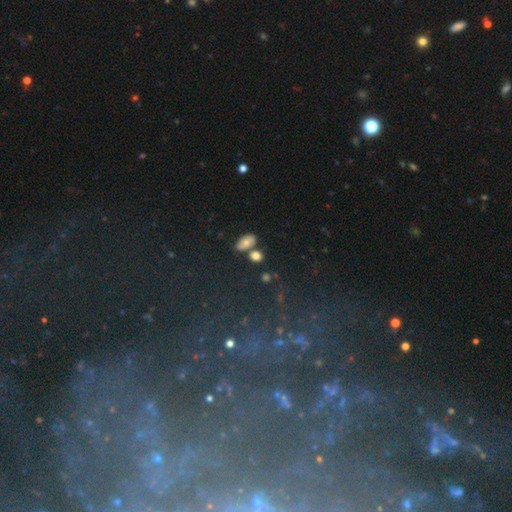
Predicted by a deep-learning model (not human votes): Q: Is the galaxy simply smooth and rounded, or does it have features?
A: smooth — 74%.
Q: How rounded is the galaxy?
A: in between — 75%.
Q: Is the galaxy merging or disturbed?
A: none — 68%.